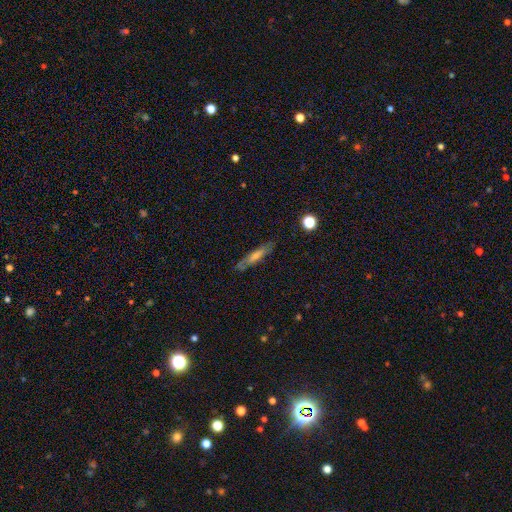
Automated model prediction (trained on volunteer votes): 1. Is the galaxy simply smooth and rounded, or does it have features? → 46% featured or disk, 45% smooth, 9% star or artifact.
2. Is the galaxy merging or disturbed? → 81% none, 14% minor disturbance, 3% major disturbance, 2% merger.